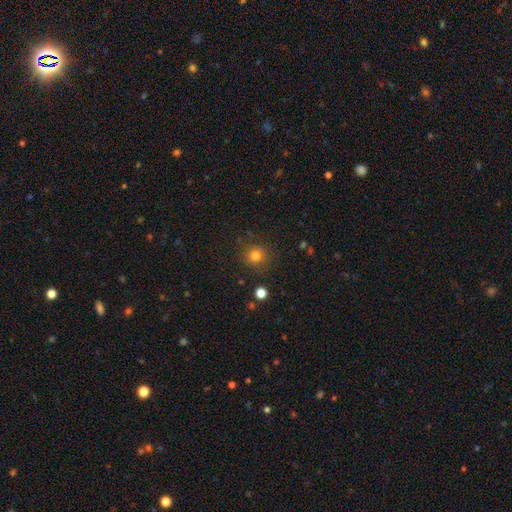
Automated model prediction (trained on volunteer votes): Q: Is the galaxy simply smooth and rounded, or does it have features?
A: smooth — 79%.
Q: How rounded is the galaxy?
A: round — 92%.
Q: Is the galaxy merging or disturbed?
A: none — 87%.